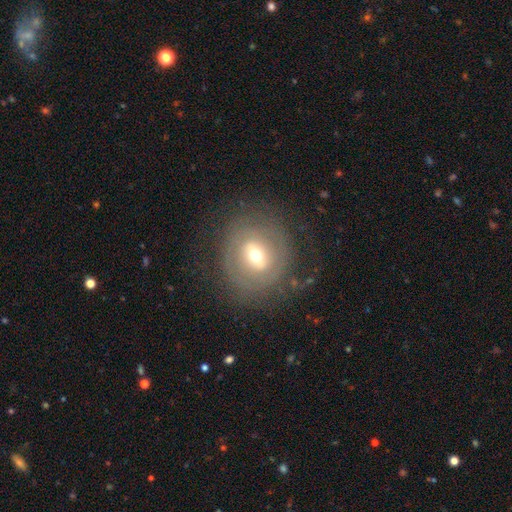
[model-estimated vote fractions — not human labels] smooth_or_featured: featured or disk (p=0.51) [alt: smooth p=0.38]
disk_edge_on: no (p=0.92) [alt: yes p=0.08]
merging: none (p=0.75) [alt: minor disturbance p=0.14]